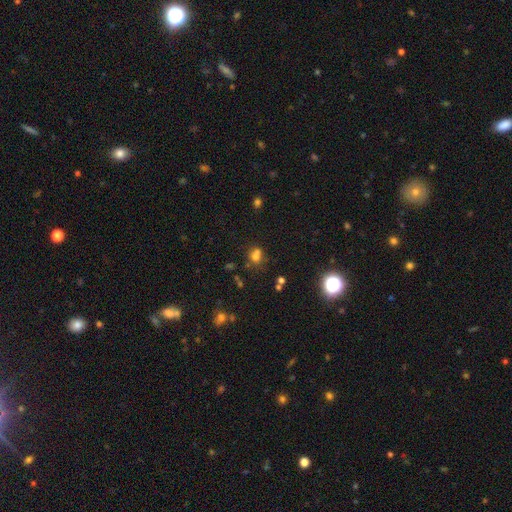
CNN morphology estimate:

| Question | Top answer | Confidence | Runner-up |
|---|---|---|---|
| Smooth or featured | smooth | 64% | star or artifact (23%) |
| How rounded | round | 72% | in between (27%) |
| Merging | none | 44% | merger (40%) |